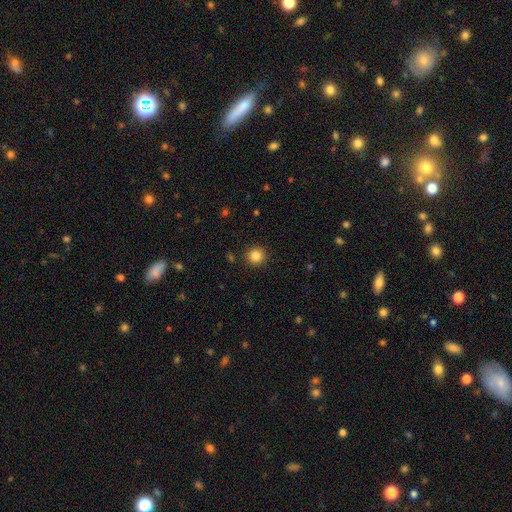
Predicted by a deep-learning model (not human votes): Overall: smooth (84%). How rounded: round (93%). Merging: none (91%).